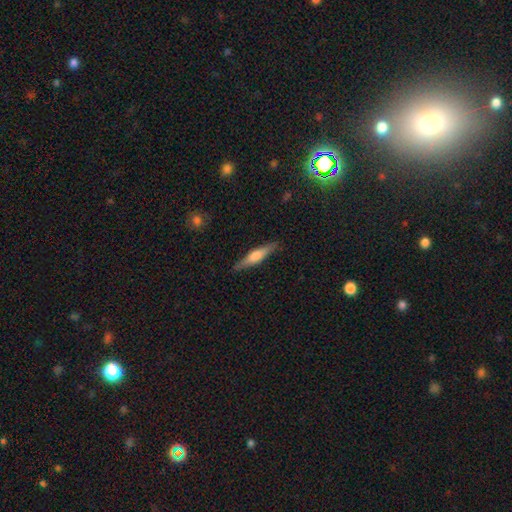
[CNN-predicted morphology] This appears to be a featured or disk galaxy (49%). Merging: none (88%).